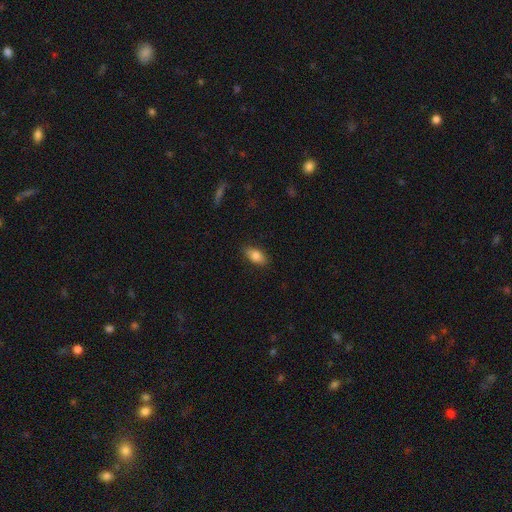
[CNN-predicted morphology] Smooth or featured? Predicted: smooth (p=0.82). How rounded? Predicted: in between (p=0.87). Merging? Predicted: none (p=0.85).